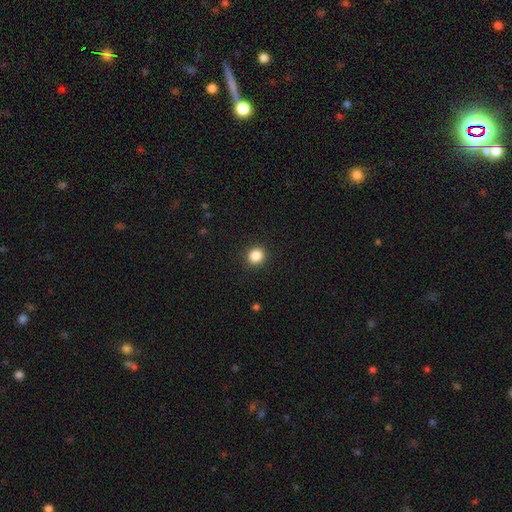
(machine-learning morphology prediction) A smooth galaxy with no disk features (85%) that is round (90%). Merging: none (92%).